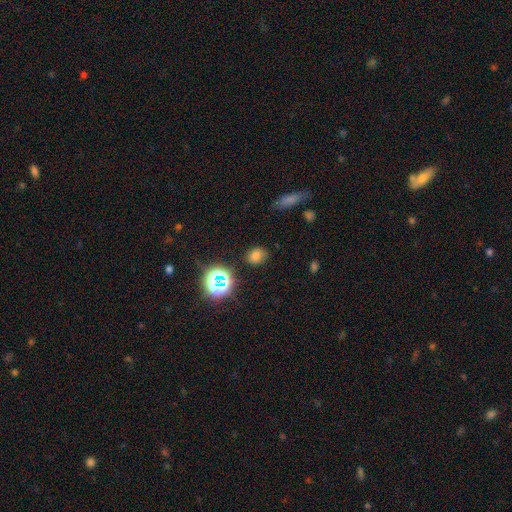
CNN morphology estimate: This is likely a smooth galaxy (72%). How rounded: possibly round (56%). Merging: likely none (80%).